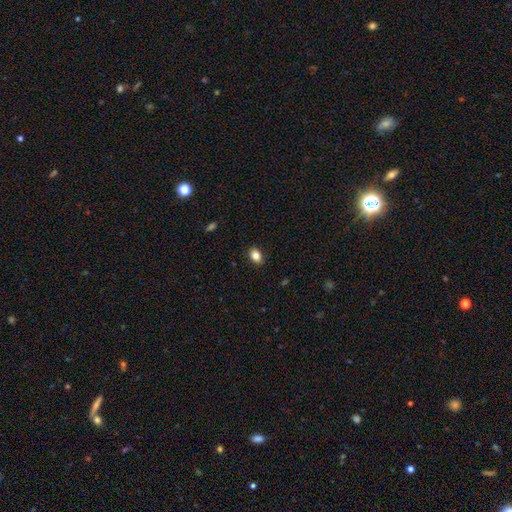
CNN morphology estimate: A smooth galaxy with no disk features (84%) that is in between round and cigar-shaped (78%). Merging: none (89%).